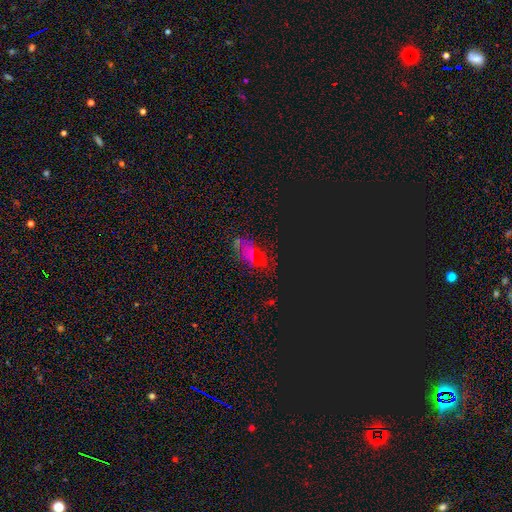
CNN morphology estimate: Smooth or featured? Predicted: star or artifact (p=0.48).